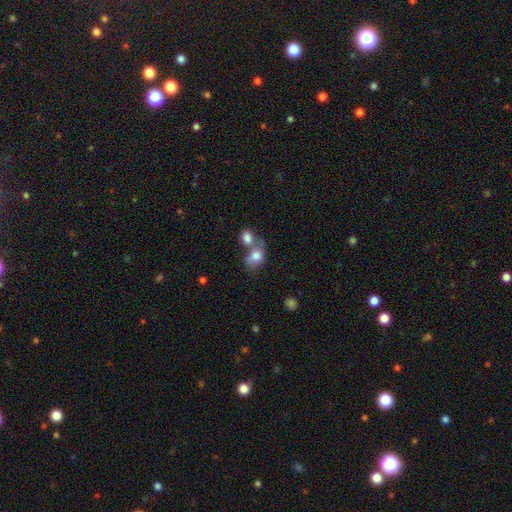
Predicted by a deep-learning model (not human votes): Smooth or featured? smooth (79%)
How rounded? in between (65%)
Merging? merger (56%)